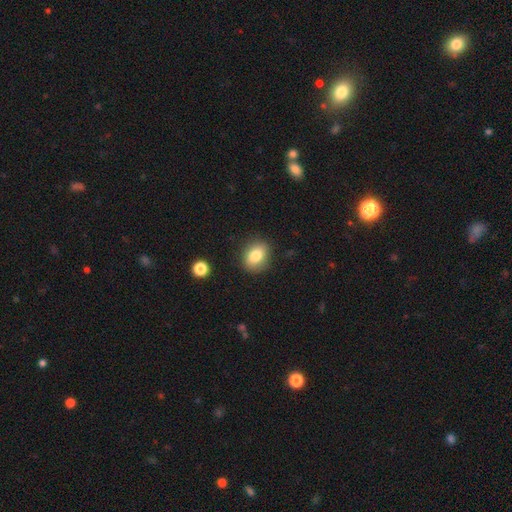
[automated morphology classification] Smooth or featured? Predicted: smooth (p=0.81). How rounded? Predicted: in between (p=0.58). Merging? Predicted: none (p=0.85).